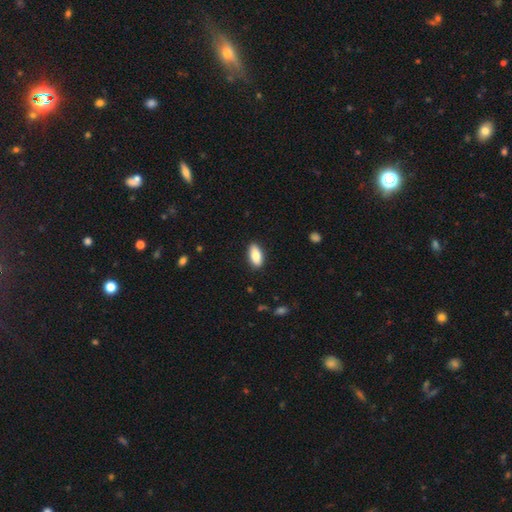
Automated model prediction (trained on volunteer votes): A smooth galaxy with no disk features (84%) that is in between round and cigar-shaped (88%). Merging: none (87%).